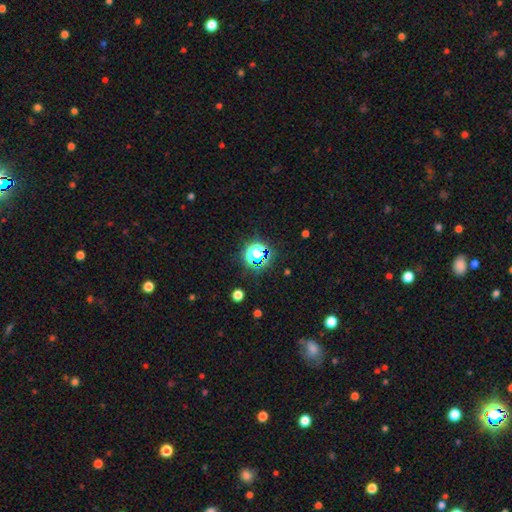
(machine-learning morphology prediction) star or artifact 64%, smooth 27%, featured or disk 9%.